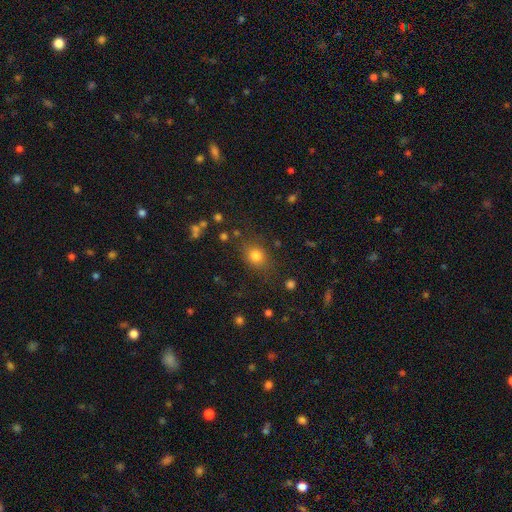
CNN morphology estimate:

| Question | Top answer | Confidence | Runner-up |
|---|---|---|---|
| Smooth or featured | smooth | 79% | star or artifact (14%) |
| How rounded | round | 63% | in between (35%) |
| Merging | none | 78% | minor disturbance (14%) |